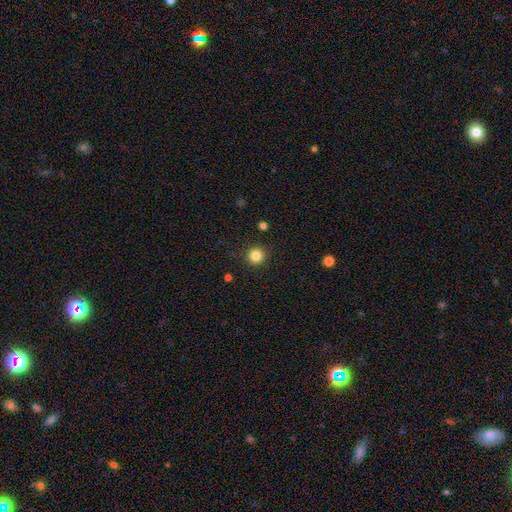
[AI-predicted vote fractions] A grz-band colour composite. It shows a smooth galaxy with no disk features (83%) that is round (95%). Merging: none (92%).